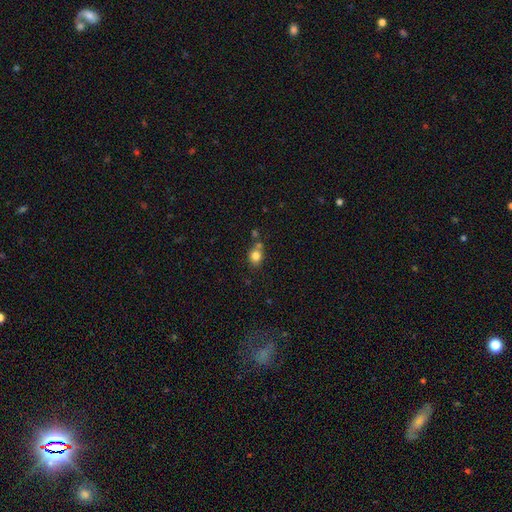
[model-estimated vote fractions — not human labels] smooth 81%, star or artifact 11%, featured or disk 8%. Down the decision tree: how rounded — round (58%); merging — none (57%).